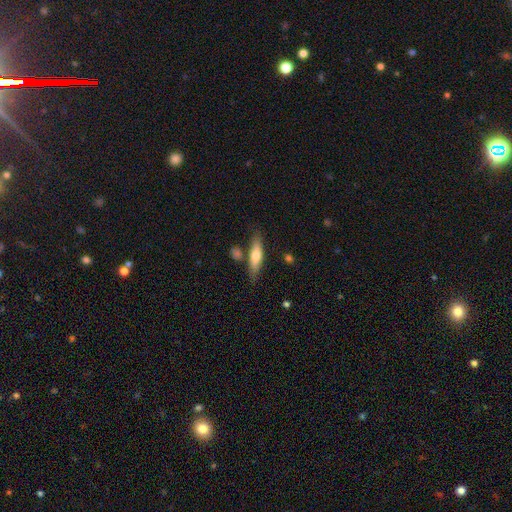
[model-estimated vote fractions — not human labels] Smooth or featured? Predicted: smooth (p=0.59). How rounded? Predicted: cigar-shaped (p=0.67). Merging? Predicted: none (p=0.75).